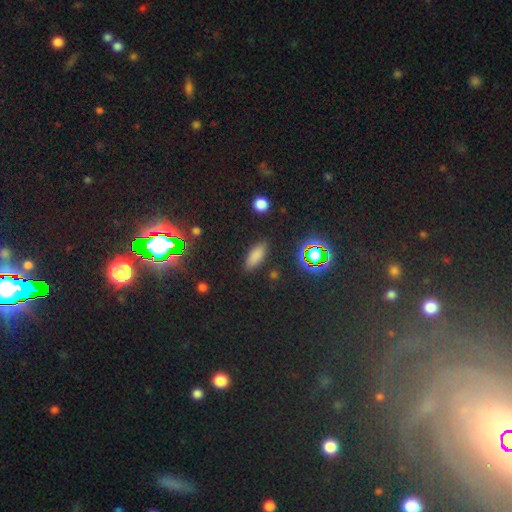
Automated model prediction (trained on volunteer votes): A smooth galaxy with no disk features (77%) that is in between round and cigar-shaped (73%).

Vote fractions:
- Smooth or featured? smooth: 77% / star or artifact: 16% / featured or disk: 7%
- How rounded? in between: 73% / cigar-shaped: 23% / round: 4%
- Merging? none: 87% / minor disturbance: 8% / major disturbance: 3% / merger: 2%